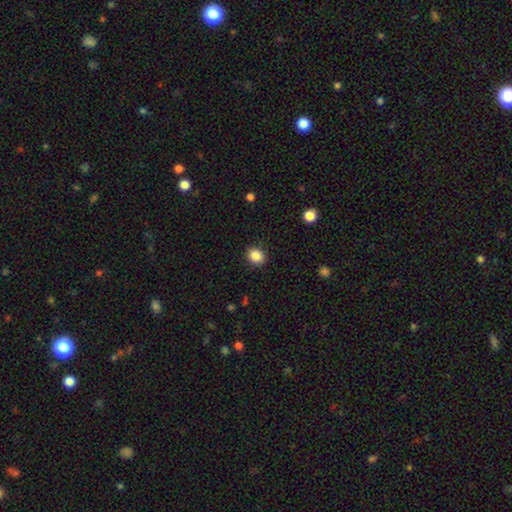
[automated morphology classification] smooth_or_featured: smooth (p=0.87) [alt: star or artifact p=0.09]
how_rounded: round (p=0.53) [alt: in between p=0.46]
merging: none (p=0.89) [alt: minor disturbance p=0.08]